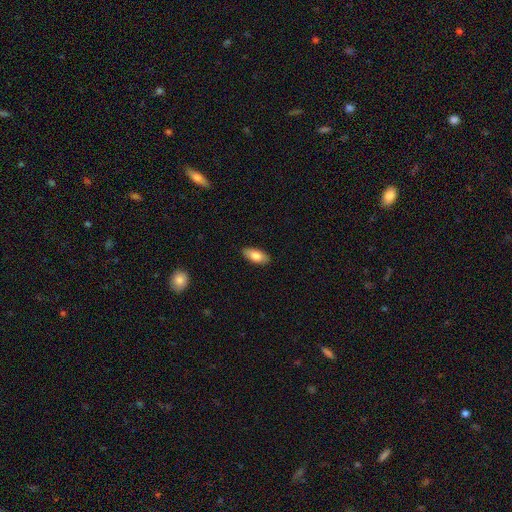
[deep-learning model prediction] Morphology: type=smooth (83%); roundness=in between (89%); merging=none (89%).